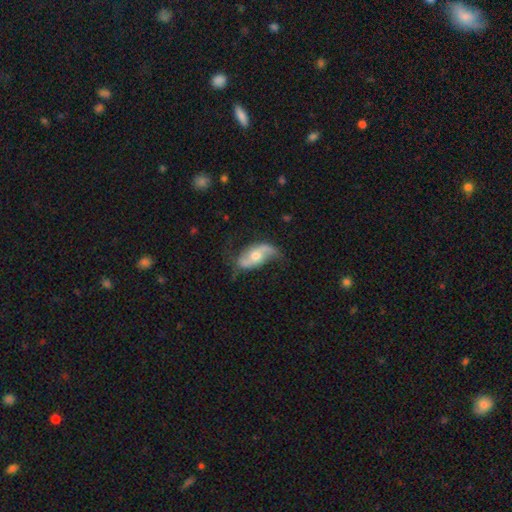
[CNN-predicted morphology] A featured or disk galaxy (75%) with no bar (55%), 2 (88%) loose (73%) spiral arms (90%) and a moderate central bulge (67%). Merging: none (62%).